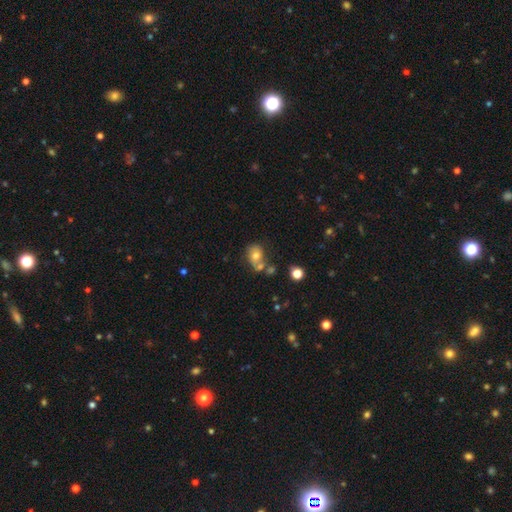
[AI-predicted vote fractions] smooth_or_featured: smooth (p=0.68) [alt: featured or disk p=0.21]
how_rounded: in between (p=0.57) [alt: round p=0.42]
merging: none (p=0.46) [alt: merger p=0.30]